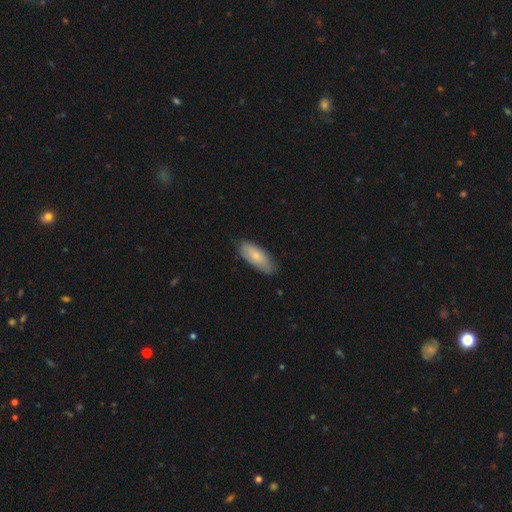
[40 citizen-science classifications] This is likely a smooth galaxy (70%). How rounded: likely in between (61%). Merging: likely none (70%).